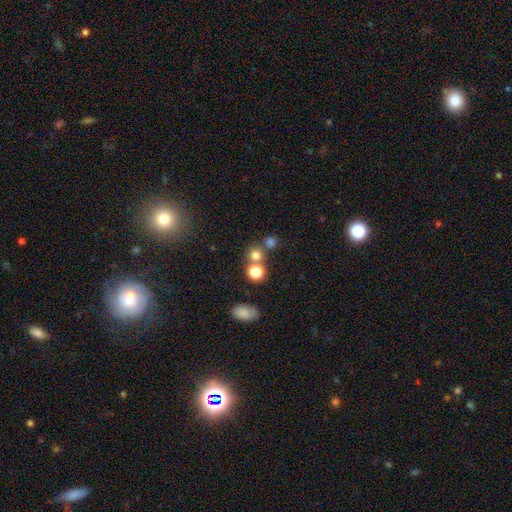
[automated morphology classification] Smooth or featured? Predicted: smooth (p=0.73). How rounded? Predicted: round (p=0.88). Merging? Predicted: none (p=0.61).